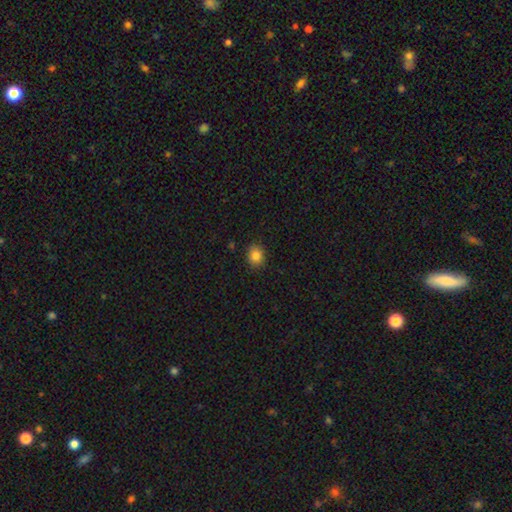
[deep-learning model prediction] Overall: smooth (84%). How rounded: round (66%; in between 33%). Merging: none (88%).